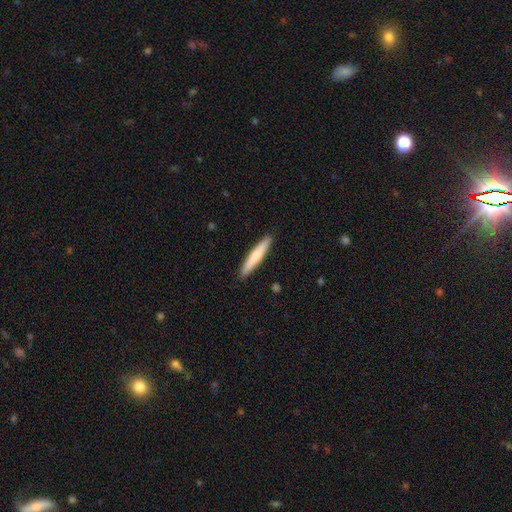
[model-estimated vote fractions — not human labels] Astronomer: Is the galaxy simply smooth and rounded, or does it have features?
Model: smooth — 72%.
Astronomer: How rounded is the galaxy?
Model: cigar-shaped — 94%.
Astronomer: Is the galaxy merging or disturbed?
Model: none — 91%.